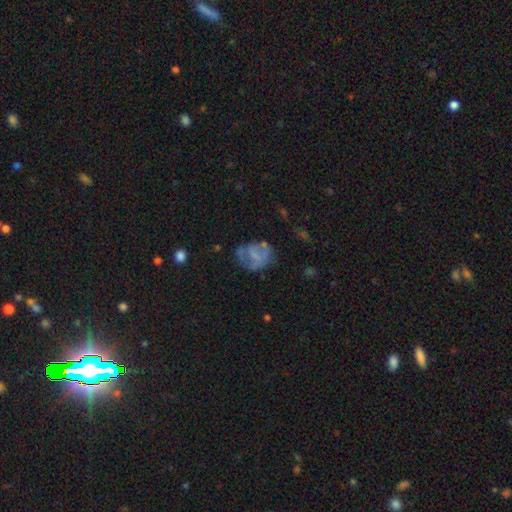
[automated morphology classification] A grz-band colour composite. It shows a featured or disk galaxy (49%). Merging: none (48%).